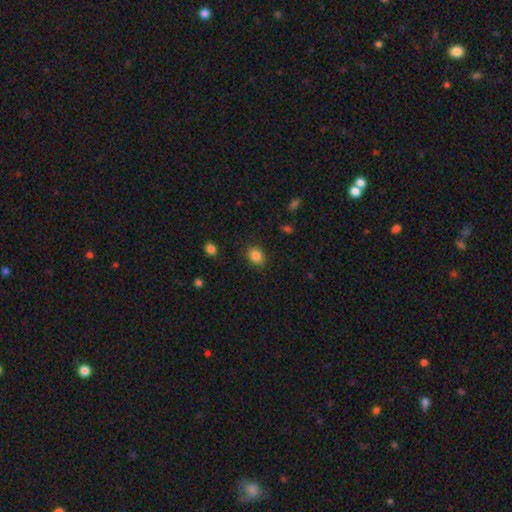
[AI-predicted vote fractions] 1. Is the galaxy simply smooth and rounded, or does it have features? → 86% smooth, 10% star or artifact, 4% featured or disk.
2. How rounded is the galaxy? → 60% in between, 39% round, 1% cigar-shaped.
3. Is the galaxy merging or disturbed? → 84% none, 11% minor disturbance, 3% major disturbance, 1% merger.